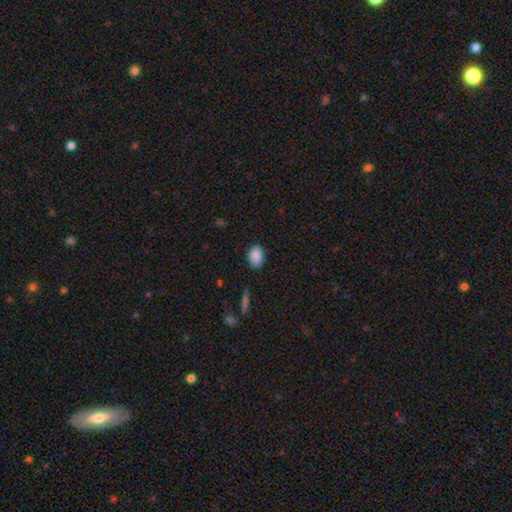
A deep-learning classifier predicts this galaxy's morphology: Smooth or featured? smooth (88%)
How rounded? in between (76%)
Merging? none (82%)